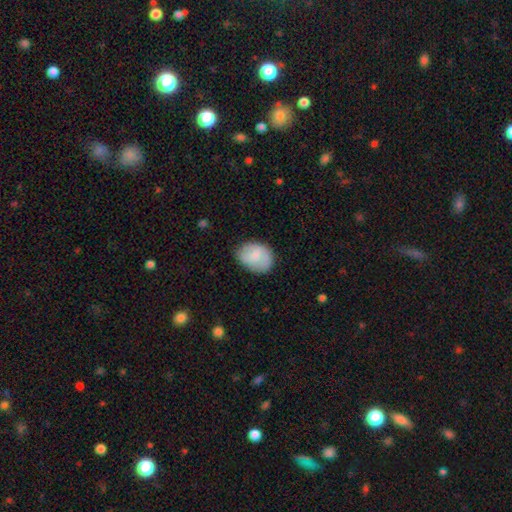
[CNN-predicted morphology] A smooth galaxy with no disk features (74%) that is in between round and cigar-shaped (58%). Merging: none (74%).